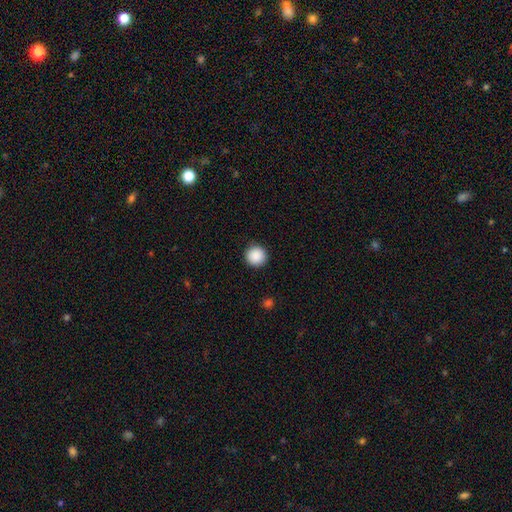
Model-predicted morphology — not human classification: Smooth or featured?
  - smooth: 89% *
  - star or artifact: 9%
  - featured or disk: 2%
How rounded?
  - round: 96% *
  - in between: 3%
  - cigar-shaped: 1%
Merging?
  - none: 92% *
  - minor disturbance: 5%
  - major disturbance: 2%
  - merger: 1%